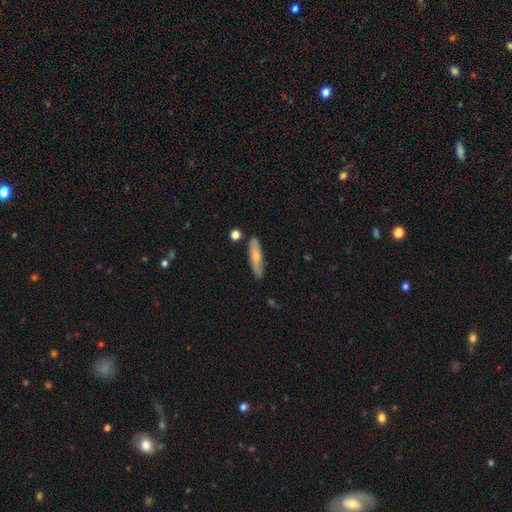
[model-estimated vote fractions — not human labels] Morphology: type=smooth (71%); roundness=cigar-shaped (79%); merging=none (82%).